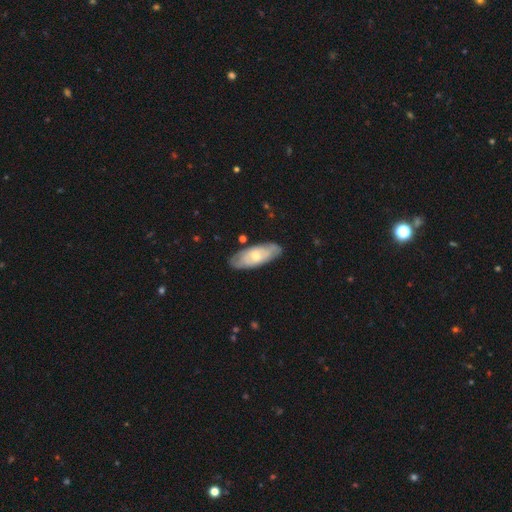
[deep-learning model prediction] Smooth or featured: featured or disk — 52% (smooth — 42%)
Edge-on disk: no — 81% (yes — 19%)
Merging: none — 77% (minor disturbance — 18%)